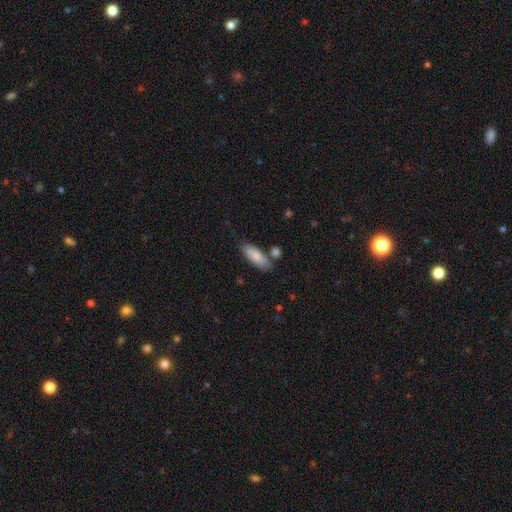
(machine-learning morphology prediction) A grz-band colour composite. It shows a smooth galaxy with no disk features (82%) that is in between round and cigar-shaped (70%). Merging: none (71%).